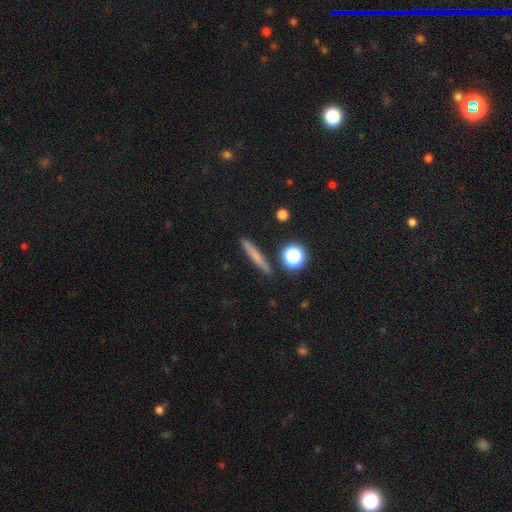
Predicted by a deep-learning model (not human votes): A smooth galaxy with no disk features (60%) that is cigar-shaped (86%). Merging: none (89%).